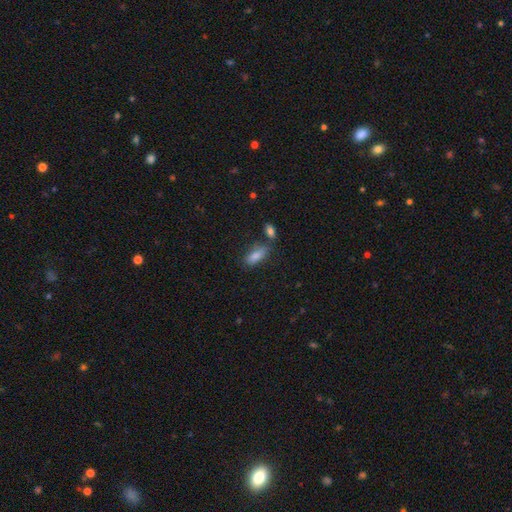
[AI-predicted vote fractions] A smooth galaxy with no disk features (79%) that is in between round and cigar-shaped (69%).

Vote fractions:
- Smooth or featured? smooth: 79% / featured or disk: 12% / star or artifact: 9%
- How rounded? in between: 69% / cigar-shaped: 28% / round: 3%
- Merging? none: 69% / minor disturbance: 16% / merger: 12% / major disturbance: 4%